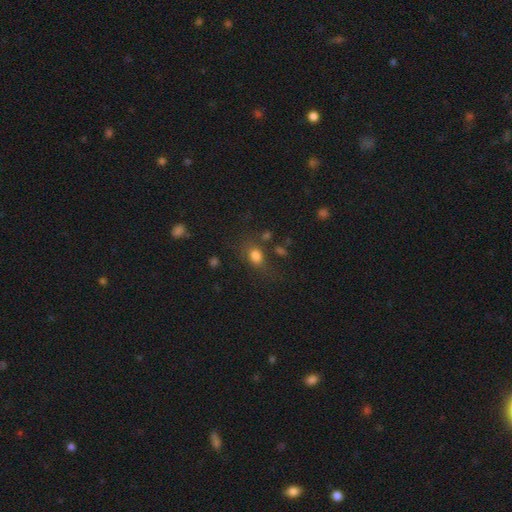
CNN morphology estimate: This is likely a smooth galaxy (78%). How rounded: likely in between (64%). Merging: likely none (65%).